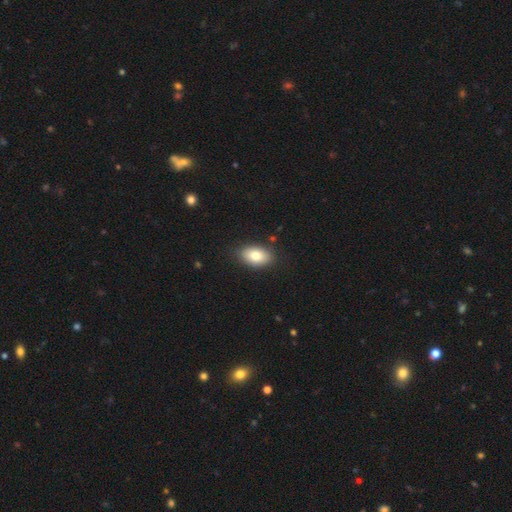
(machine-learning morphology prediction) Overall: smooth (81%). How rounded: in between (91%). Merging: none (86%).